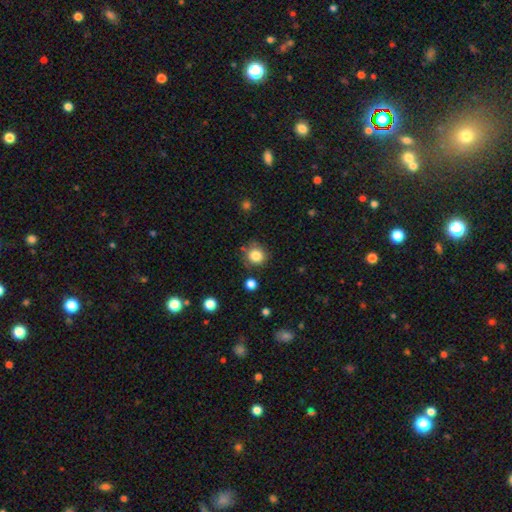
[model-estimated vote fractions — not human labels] smooth 83%, star or artifact 11%, featured or disk 6%. Down the decision tree: how rounded — round (90%); merging — none (78%).